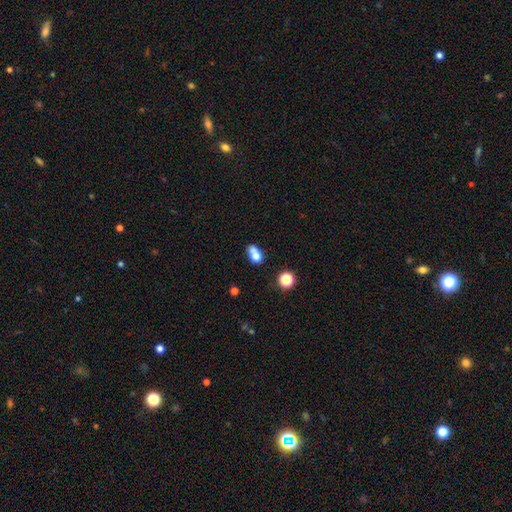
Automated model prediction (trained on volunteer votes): smooth-or-featured: smooth: 72% | featured or disk: 16% | star or artifact: 12%
  how-rounded: in between: 65% | round: 32% | cigar-shaped: 3%
  merging: merger: 40% | none: 33% | minor disturbance: 17% | major disturbance: 10%